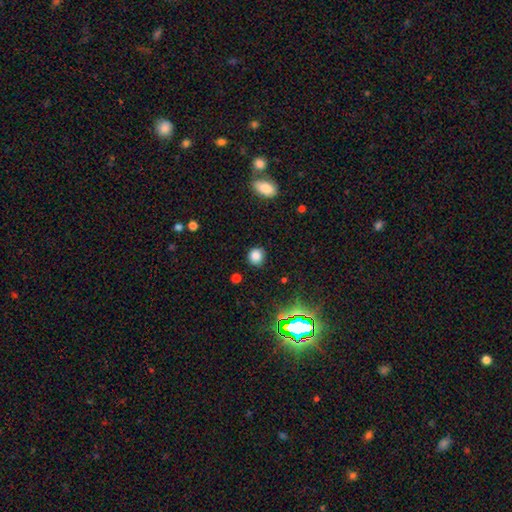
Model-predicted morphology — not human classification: smooth 83%, star or artifact 13%, featured or disk 4%. Down the decision tree: how rounded — round (85%); merging — none (86%).